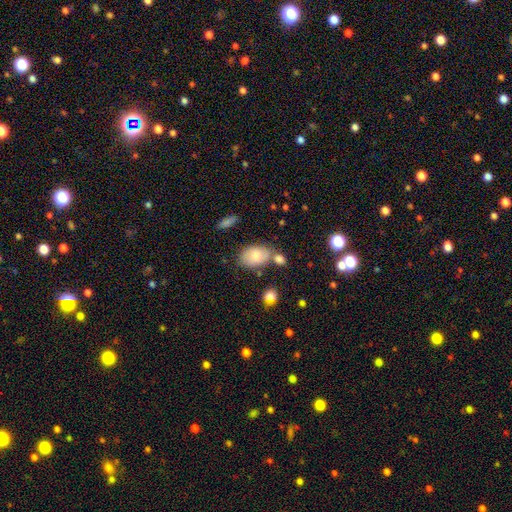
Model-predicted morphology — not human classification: A smooth galaxy with no disk features (73%) that is in between round and cigar-shaped (88%). Merging: none (57%).